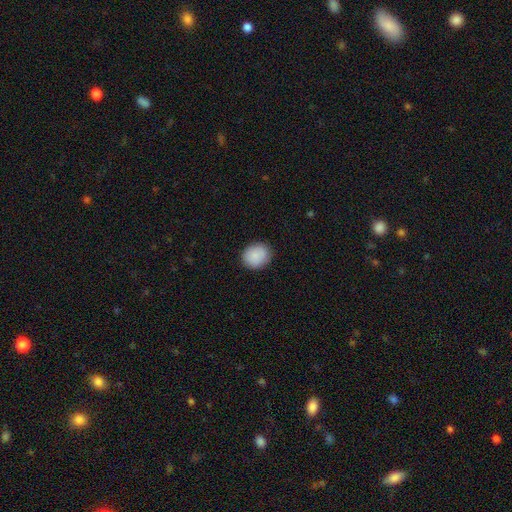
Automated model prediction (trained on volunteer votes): The model was most divided on "how rounded": round: 72%, in between: 27%, cigar-shaped: 1%. More confident: smooth or featured — smooth (89%); merging — none (88%).